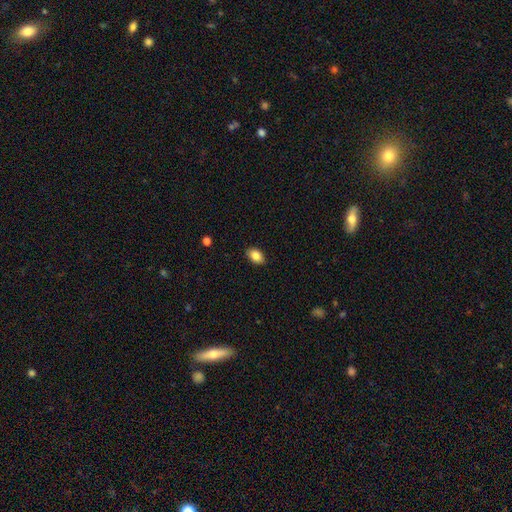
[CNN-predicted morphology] This appears to be a smooth galaxy with no disk features (85%) that is in between round and cigar-shaped (86%). Merging: none (88%).